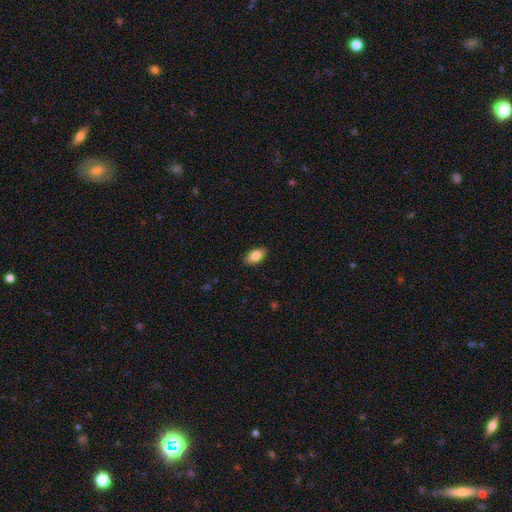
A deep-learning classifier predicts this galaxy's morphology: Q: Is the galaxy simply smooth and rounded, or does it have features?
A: smooth — 83%.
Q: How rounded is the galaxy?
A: in between — 92%.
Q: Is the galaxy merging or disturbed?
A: none — 89%.